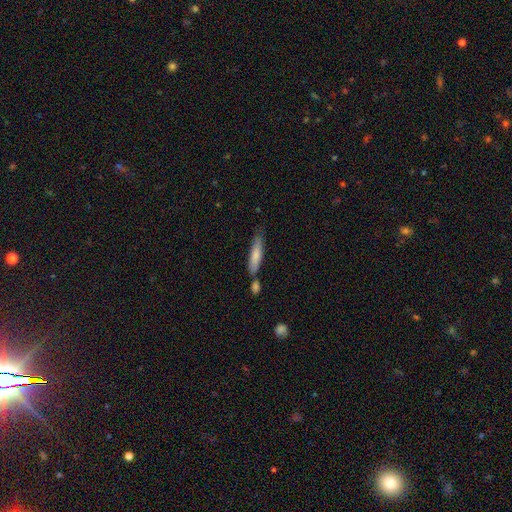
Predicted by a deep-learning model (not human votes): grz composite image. It shows a smooth galaxy with no disk features (76%) that is cigar-shaped (78%). Merging: none (60%).